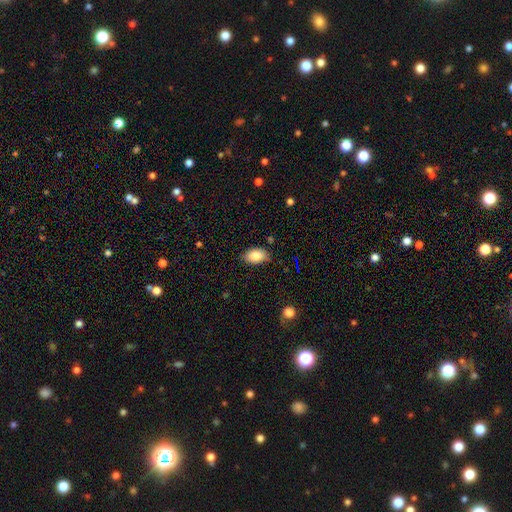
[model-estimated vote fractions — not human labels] Morphology: type=smooth (84%); roundness=in between (91%); merging=none (81%).